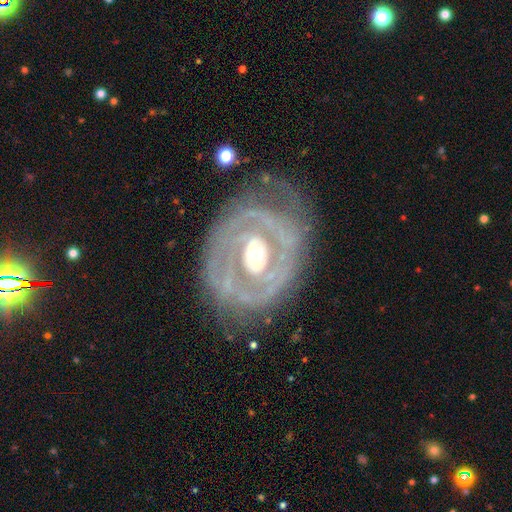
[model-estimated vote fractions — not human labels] A featured or disk galaxy (83%) with no bar (67%), 2 (36%) tight (61%) spiral arms (67%) and a moderate central bulge (67%).

Vote fractions:
- Smooth or featured? featured or disk: 83% / smooth: 12% / star or artifact: 5%
- Edge-on disk? no: 96% / yes: 4%
- Bar? no: 67% / weak: 21% / strong: 12%
- Spiral arms? yes: 67% / no: 33%
- Spiral winding? tight: 61% / medium: 25% / loose: 14%
- Spiral arm count? 2: 36% / can't tell: 33% / 3: 11% / 1: 9% / 4: 6% / more than 4: 5%
- Bulge size? moderate: 67% / large: 19% / small: 10% / dominant: 2% / none: 1%
- Merging? none: 62% / minor disturbance: 20% / major disturbance: 15% / merger: 2%